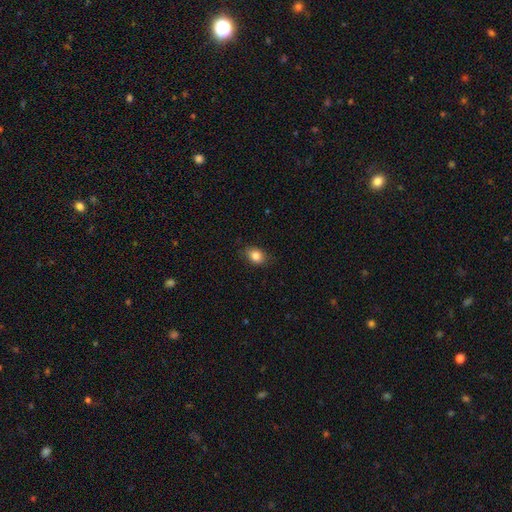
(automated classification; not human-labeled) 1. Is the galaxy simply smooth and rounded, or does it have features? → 84% smooth, 9% star or artifact, 7% featured or disk.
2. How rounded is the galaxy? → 72% in between, 27% round, 1% cigar-shaped.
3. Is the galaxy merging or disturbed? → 82% none, 14% minor disturbance, 3% major disturbance, 1% merger.